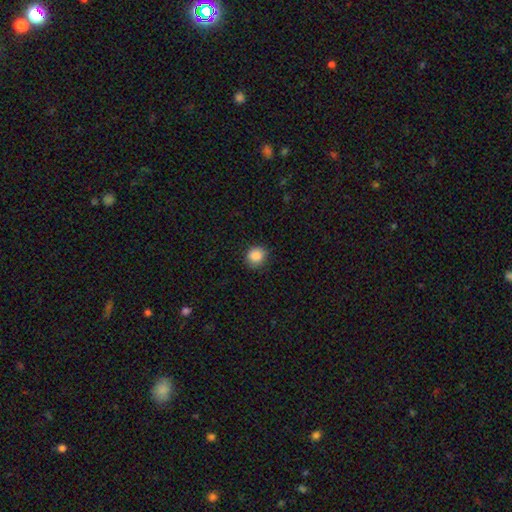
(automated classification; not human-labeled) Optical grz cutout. It shows a smooth galaxy with no disk features (86%) that is round (87%). Merging: none (86%).